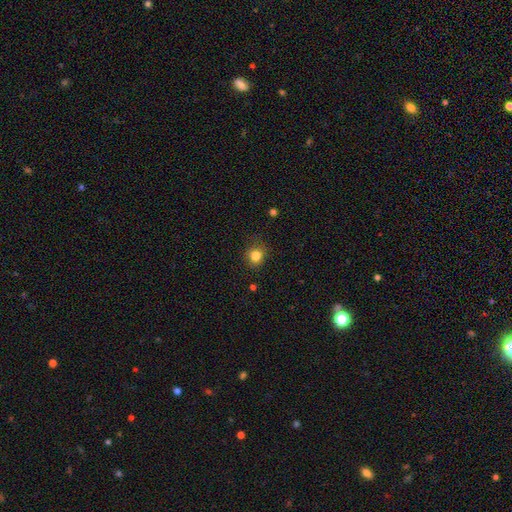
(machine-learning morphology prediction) A smooth galaxy with no disk features (82%) that is round (82%). Merging: none (82%).